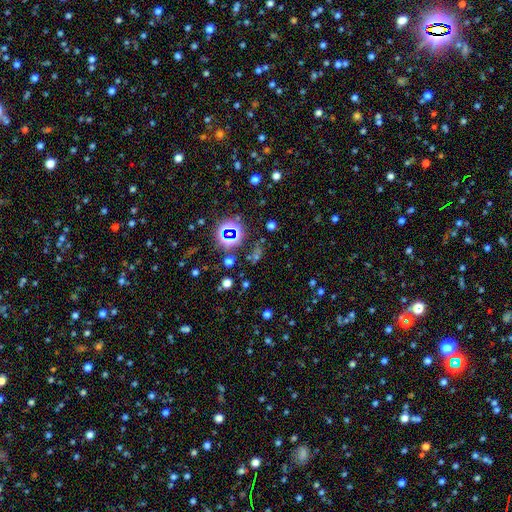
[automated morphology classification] smooth_or_featured: star or artifact (p=0.66) [alt: smooth p=0.24]